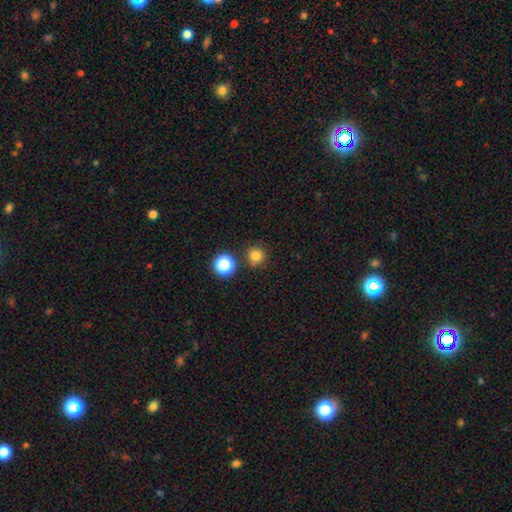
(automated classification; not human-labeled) Overall: smooth (79%). How rounded: round (93%). Merging: none (80%).